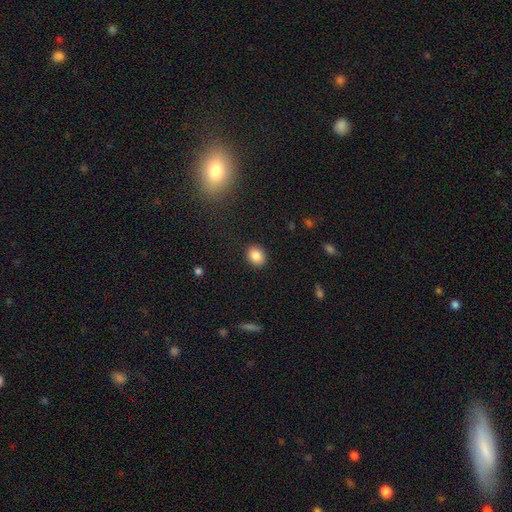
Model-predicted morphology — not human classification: The model was most divided on "how rounded": round: 58%, in between: 41%, cigar-shaped: 1%. More confident: merging — none (90%); smooth or featured — smooth (87%).